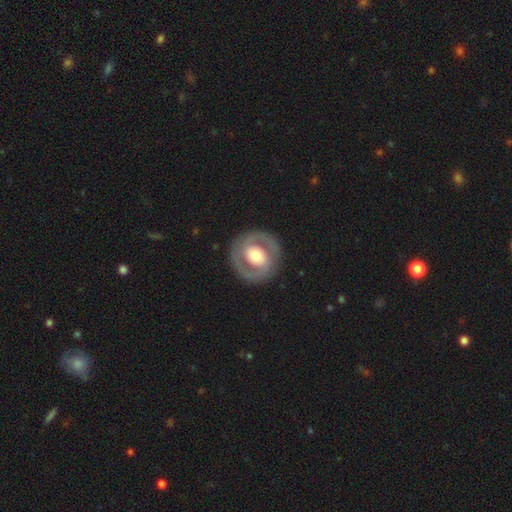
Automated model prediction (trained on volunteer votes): Smooth or featured? Predicted: featured or disk (p=0.76). Edge-on disk? Predicted: no (p=0.97). Bar? Predicted: no (p=0.46). Spiral arms? Predicted: yes (p=0.76). Spiral winding? Predicted: tight (p=0.50). Spiral arm count? Predicted: 2 (p=0.88). Bulge size? Predicted: moderate (p=0.62). Merging? Predicted: none (p=0.87).